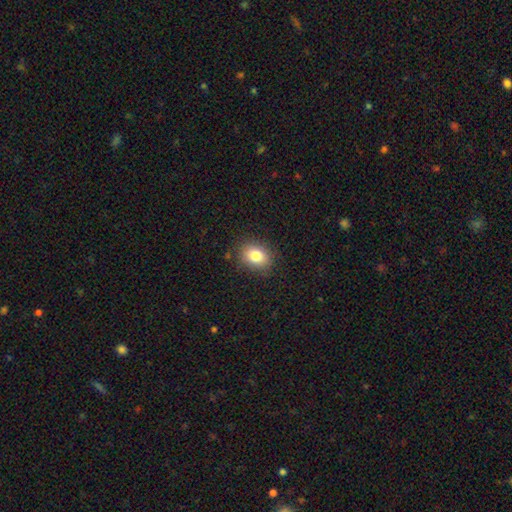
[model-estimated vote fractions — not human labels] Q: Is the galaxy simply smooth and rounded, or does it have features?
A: smooth — 82%.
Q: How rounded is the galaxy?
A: in between — 62%.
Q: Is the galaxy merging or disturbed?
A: none — 85%.